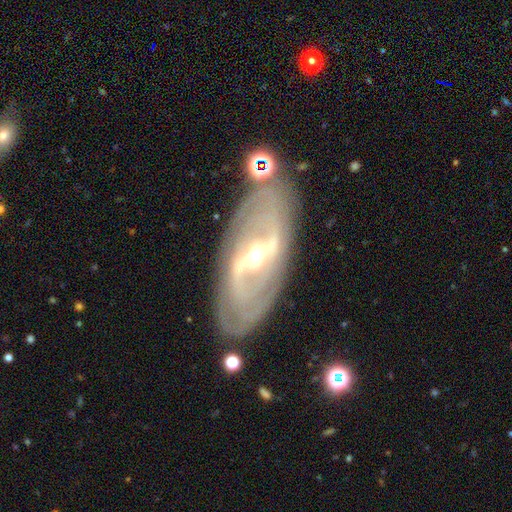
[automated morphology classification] Q: Smooth or featured?
A: featured or disk (85%); runner-up: smooth (9%)
Q: Edge-on disk?
A: no (91%); runner-up: yes (9%)
Q: Bar?
A: strong (47%); runner-up: weak (37%)
Q: Spiral arms?
A: yes (87%); runner-up: no (13%)
Q: Spiral winding?
A: tight (54%); runner-up: medium (32%)
Q: Spiral arm count?
A: 2 (51%); runner-up: can't tell (30%)
Q: Bulge size?
A: moderate (51%); runner-up: small (45%)
Q: Merging?
A: none (80%); runner-up: minor disturbance (13%)